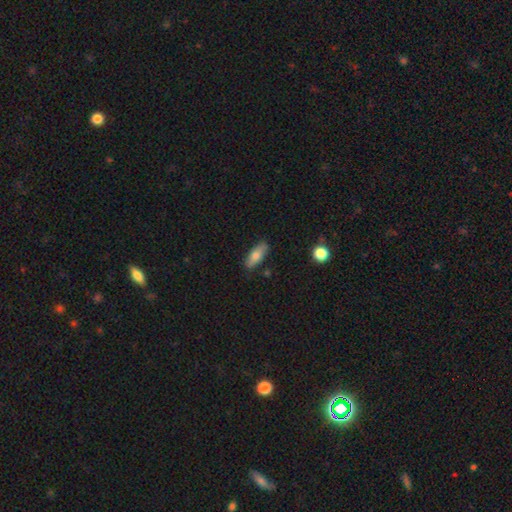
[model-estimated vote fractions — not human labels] Morphology: type=smooth (73%); roundness=in between (74%); merging=none (84%).